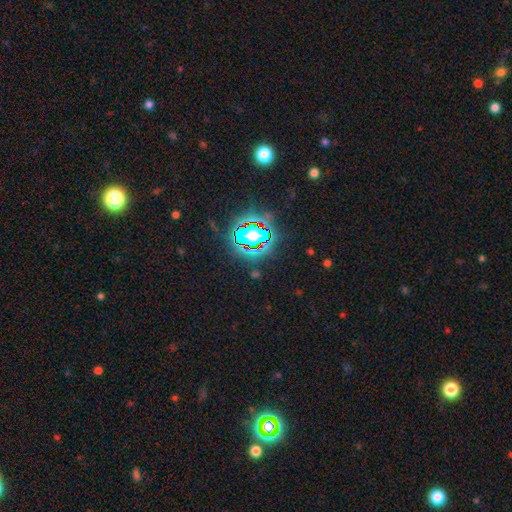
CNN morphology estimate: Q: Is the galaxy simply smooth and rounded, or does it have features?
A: star or artifact — 83%.